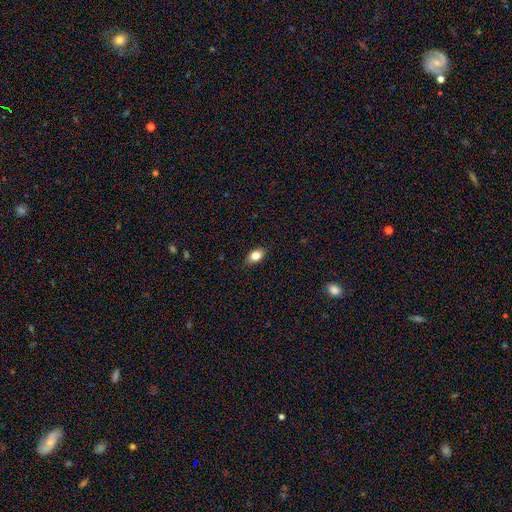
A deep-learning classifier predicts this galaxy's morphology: Smooth or featured? Predicted: smooth (p=0.79). How rounded? Predicted: in between (p=0.85). Merging? Predicted: none (p=0.86).